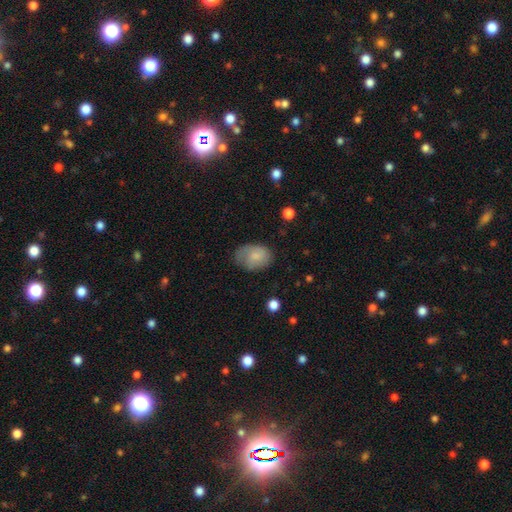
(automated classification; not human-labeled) This appears to be a smooth galaxy with no disk features (76%) that is in between round and cigar-shaped (76%). Merging: none (59%).